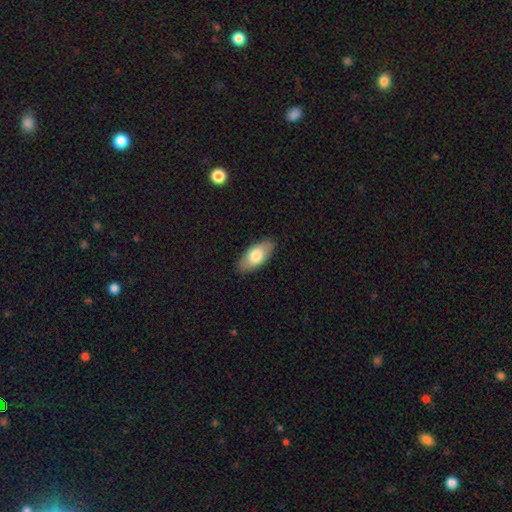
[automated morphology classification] The model was most divided on "smooth or featured": smooth: 75%, featured or disk: 20%, star or artifact: 6%. More confident: how rounded — in between (90%); merging — none (87%).